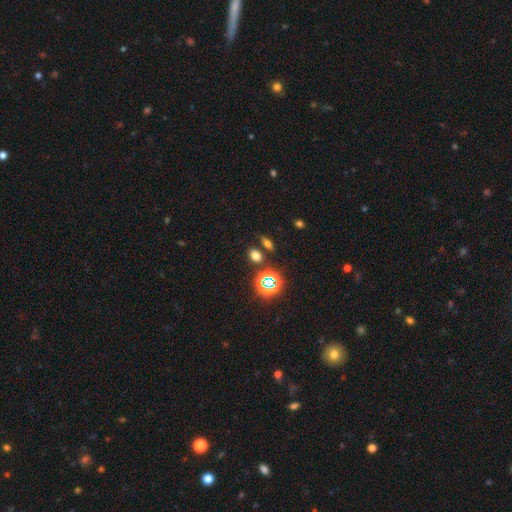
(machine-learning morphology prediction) Smooth or featured? smooth (64%)
How rounded? in between (70%)
Merging? none (78%)